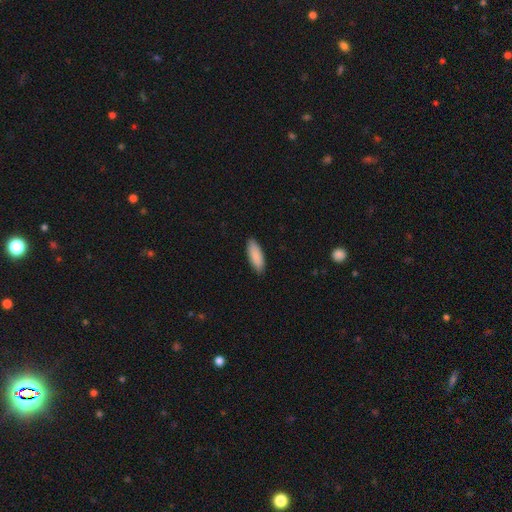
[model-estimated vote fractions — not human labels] This appears to be a smooth galaxy with no disk features (90%) that is in between round and cigar-shaped (66%). Merging: none (88%).